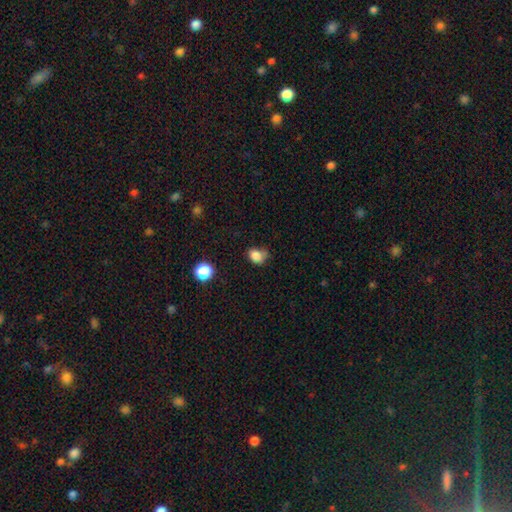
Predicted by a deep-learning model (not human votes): A smooth galaxy with no disk features (83%) that is in between round and cigar-shaped (53%). Merging: none (49%).